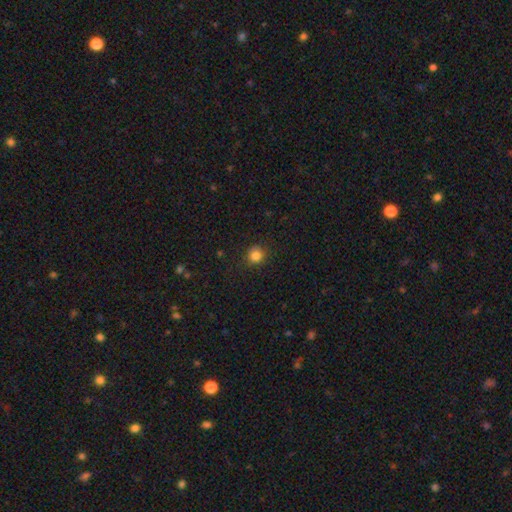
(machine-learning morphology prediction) type=smooth (84%); roundness=round (90%); merging=none (88%).